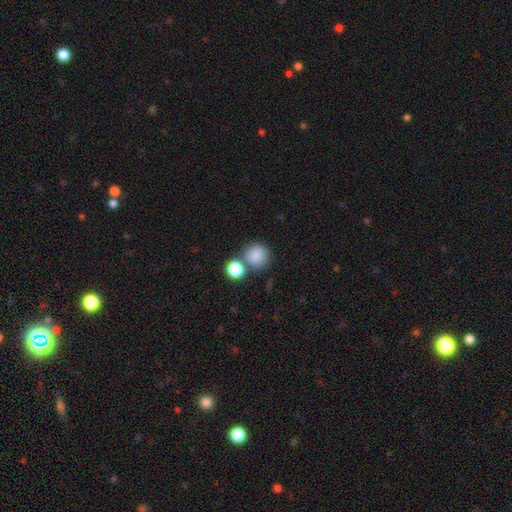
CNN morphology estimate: smooth_or_featured: smooth (p=0.84) [alt: star or artifact p=0.10]
how_rounded: round (p=0.88) [alt: in between p=0.11]
merging: none (p=0.63) [alt: merger p=0.21]